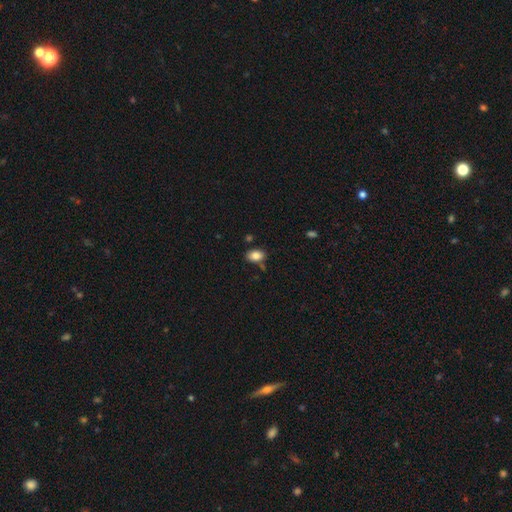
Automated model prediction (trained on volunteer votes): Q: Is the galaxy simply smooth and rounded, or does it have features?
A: smooth — 84%.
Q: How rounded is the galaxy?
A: in between — 86%.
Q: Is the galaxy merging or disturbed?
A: none — 78%.